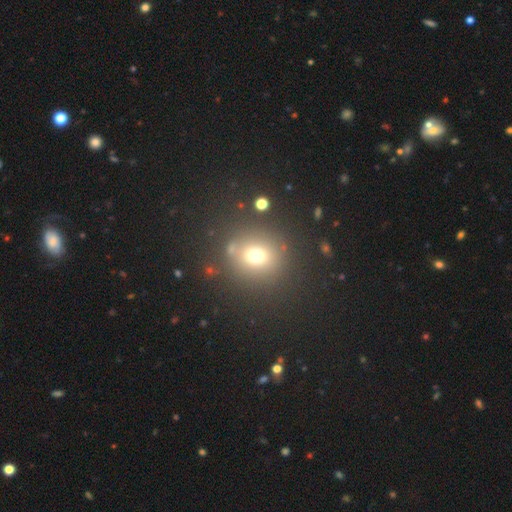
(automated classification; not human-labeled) Smooth or featured: smooth — 70% (star or artifact — 19%)
How rounded: round — 83% (in between — 16%)
Merging: none — 81% (minor disturbance — 9%)